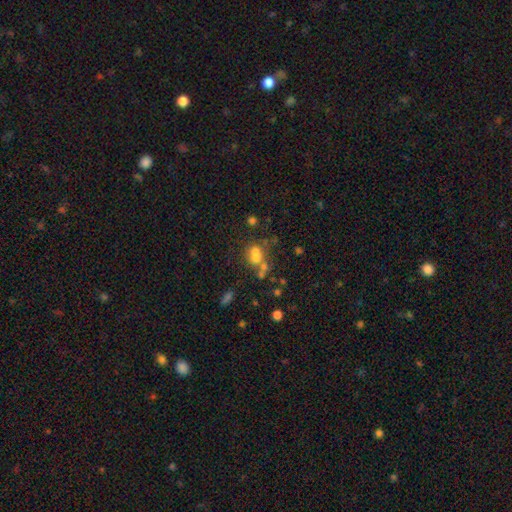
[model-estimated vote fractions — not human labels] Smooth or featured? smooth (55%)
How rounded? round (60%)
Merging? merger (43%)